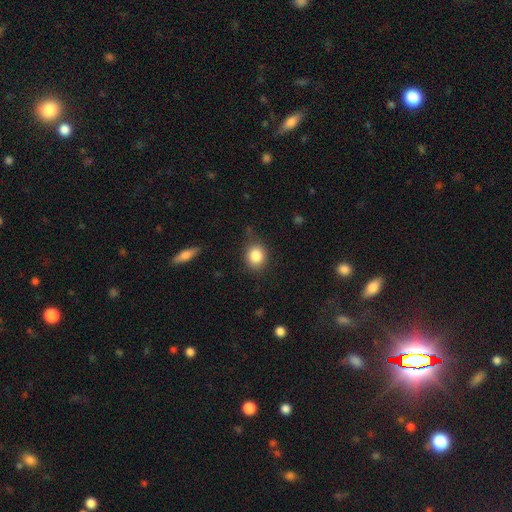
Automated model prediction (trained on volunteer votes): Overall: smooth (84%). How rounded: round (70%). Merging: none (78%).